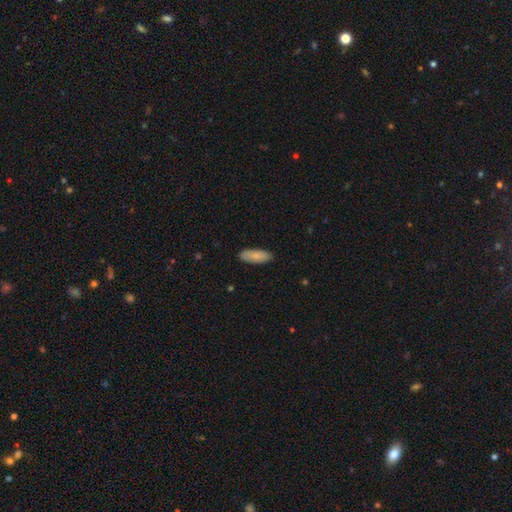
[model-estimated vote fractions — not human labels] Smooth or featured? smooth (82%)
How rounded? in between (70%)
Merging? none (84%)